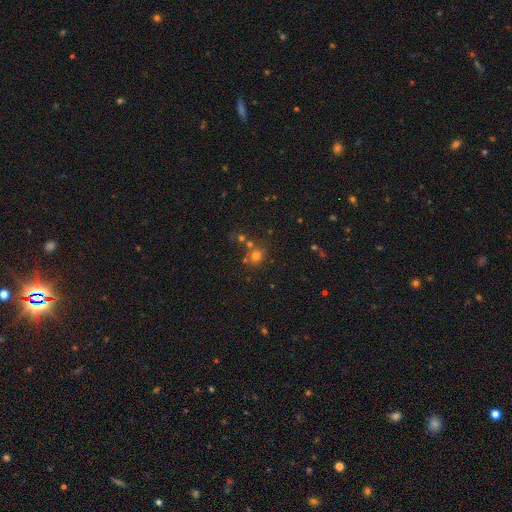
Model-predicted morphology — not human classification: Smooth or featured? smooth (68%)
How rounded? round (83%)
Merging? none (64%)